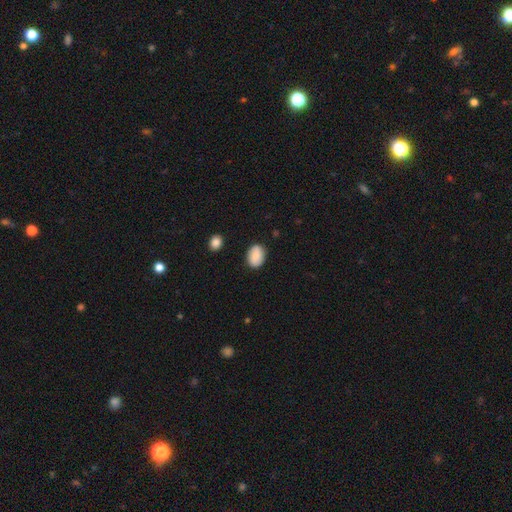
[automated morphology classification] Smooth or featured? smooth (79%)
How rounded? in between (77%)
Merging? none (82%)